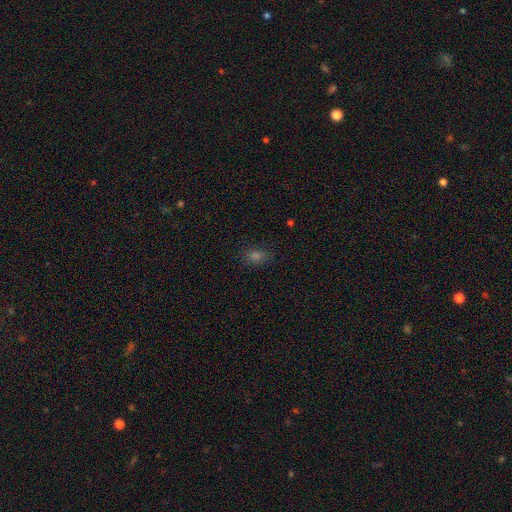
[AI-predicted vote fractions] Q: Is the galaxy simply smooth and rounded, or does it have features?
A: smooth — 71%.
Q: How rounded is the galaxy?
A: in between — 59%.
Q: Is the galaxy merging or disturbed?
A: none — 84%.